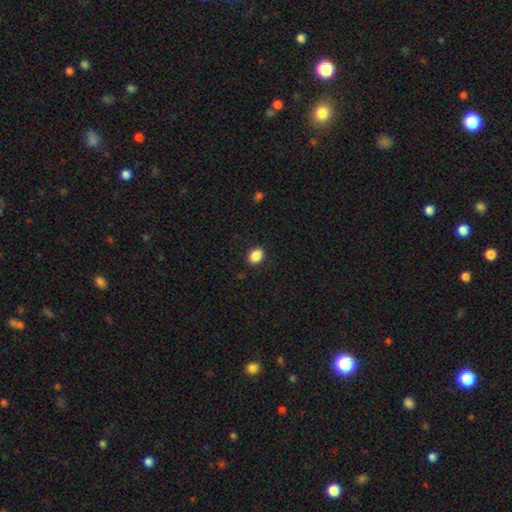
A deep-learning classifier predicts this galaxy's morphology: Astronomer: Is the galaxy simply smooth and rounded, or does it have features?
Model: smooth — 88%.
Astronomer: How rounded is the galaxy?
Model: in between — 62% (runner-up: round, 37%).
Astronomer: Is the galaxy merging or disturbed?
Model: none — 89%.